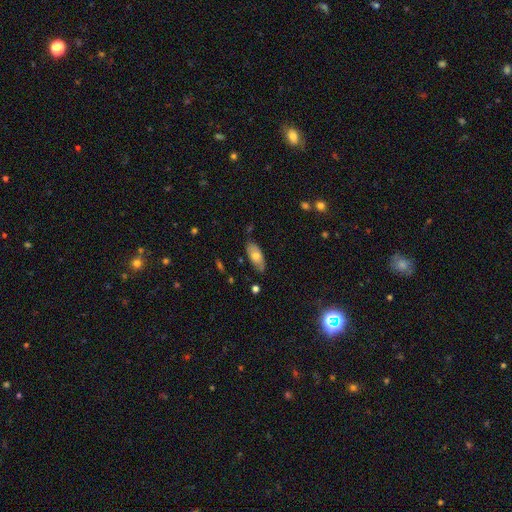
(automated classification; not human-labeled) smooth_or_featured: smooth (p=0.65) [alt: featured or disk p=0.29]
how_rounded: in between (p=0.87) [alt: cigar-shaped p=0.11]
merging: none (p=0.76) [alt: minor disturbance p=0.19]